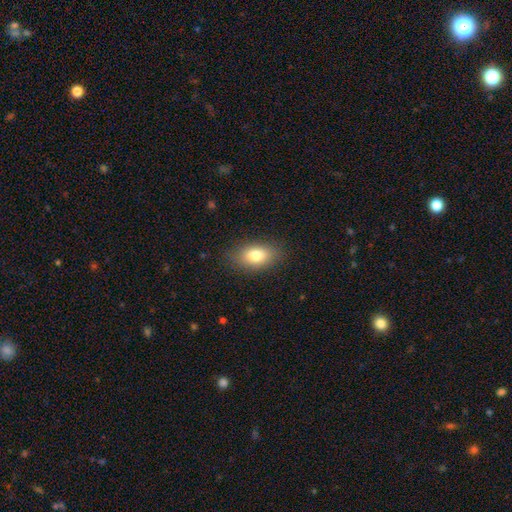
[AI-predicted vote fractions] Overall: smooth (78%). How rounded: in between (86%). Merging: none (85%).